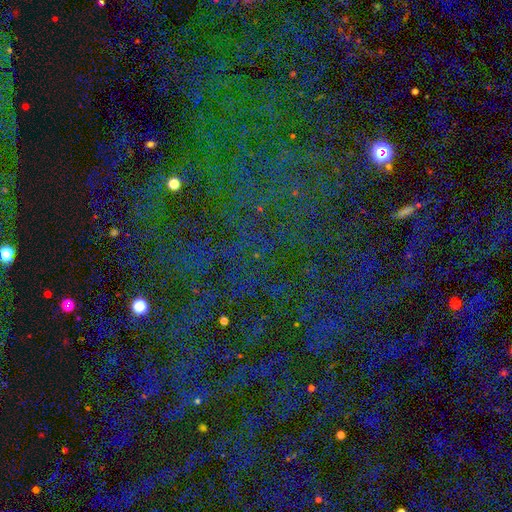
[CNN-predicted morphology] Smooth or featured: star or artifact — 77% (smooth — 14%)